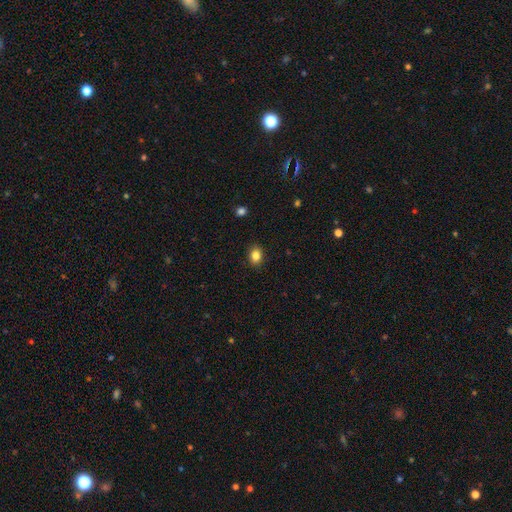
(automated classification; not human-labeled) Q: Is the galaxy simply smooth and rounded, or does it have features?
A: smooth — 84%.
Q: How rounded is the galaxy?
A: in between — 57%.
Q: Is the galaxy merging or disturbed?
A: none — 89%.